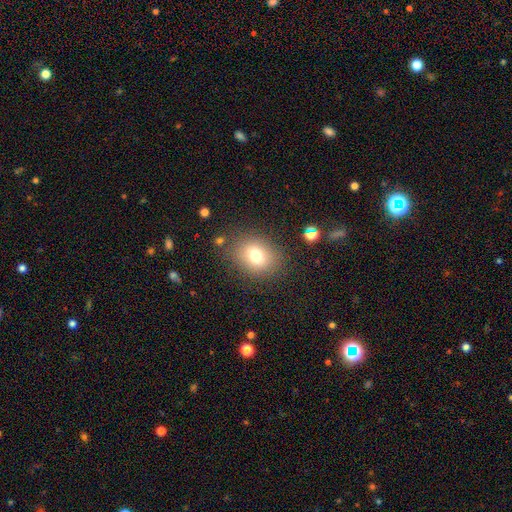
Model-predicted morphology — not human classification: Smooth or featured? Predicted: smooth (p=0.74). How rounded? Predicted: in between (p=0.52). Merging? Predicted: none (p=0.81).